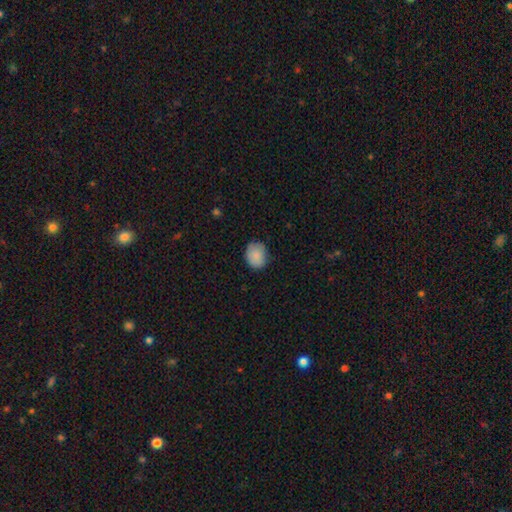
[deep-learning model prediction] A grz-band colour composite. It shows a smooth galaxy with no disk features (88%) that is round (66%). Merging: none (79%).